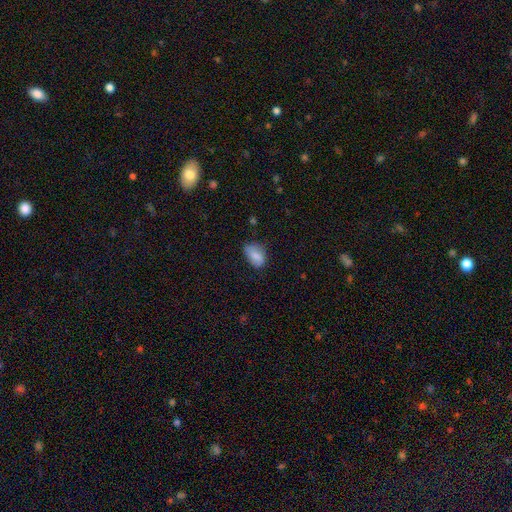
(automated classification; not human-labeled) A smooth galaxy with no disk features (79%) that is in between round and cigar-shaped (85%).

Vote fractions:
- Smooth or featured? smooth: 79% / featured or disk: 14% / star or artifact: 8%
- How rounded? in between: 85% / round: 13% / cigar-shaped: 2%
- Merging? none: 56% / minor disturbance: 34% / major disturbance: 9% / merger: 2%